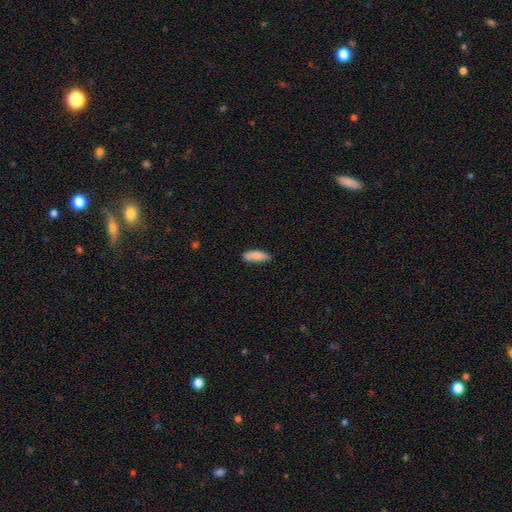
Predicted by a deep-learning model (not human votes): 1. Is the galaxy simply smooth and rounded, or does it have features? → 87% smooth, 6% star or artifact, 6% featured or disk.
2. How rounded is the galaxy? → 51% in between, 47% cigar-shaped, 2% round.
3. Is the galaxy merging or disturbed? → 79% none, 17% minor disturbance, 3% major disturbance, 2% merger.